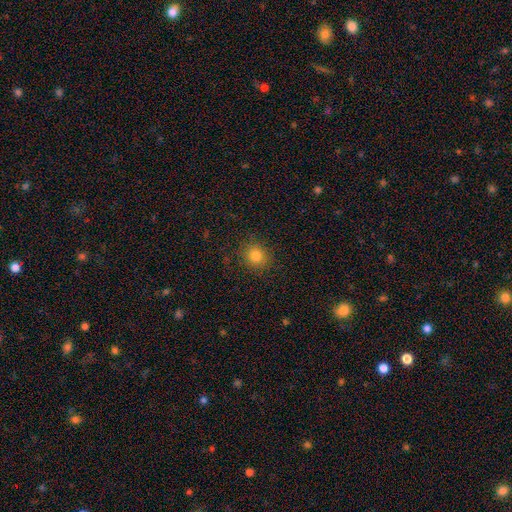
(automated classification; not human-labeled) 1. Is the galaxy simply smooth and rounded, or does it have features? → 81% smooth, 13% star or artifact, 6% featured or disk.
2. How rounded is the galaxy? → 83% round, 16% in between, 1% cigar-shaped.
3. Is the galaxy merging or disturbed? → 88% none, 8% minor disturbance, 3% major disturbance, 1% merger.